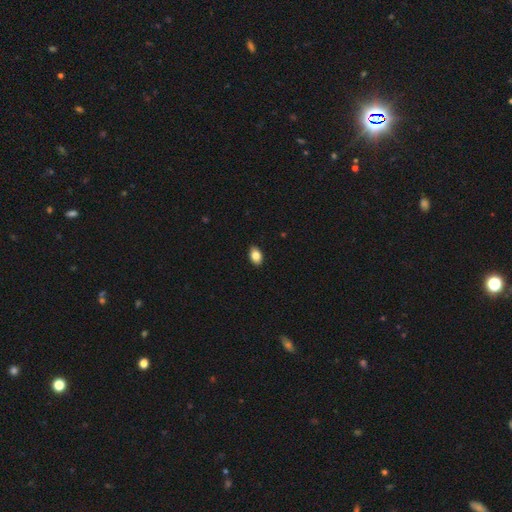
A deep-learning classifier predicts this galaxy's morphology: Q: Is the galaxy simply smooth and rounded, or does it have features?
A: smooth — 84%.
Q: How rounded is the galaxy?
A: in between — 87%.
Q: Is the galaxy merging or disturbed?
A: none — 90%.